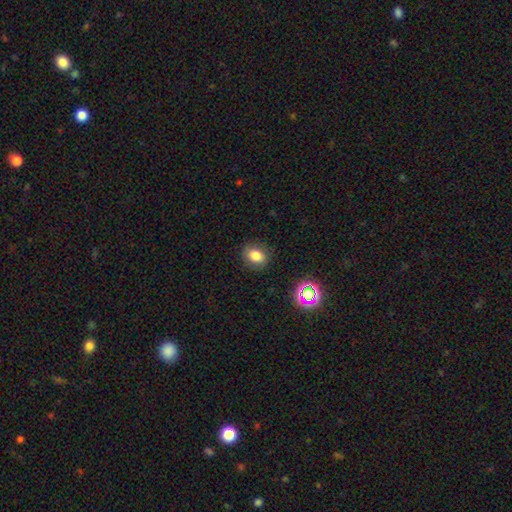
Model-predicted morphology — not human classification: Smooth or featured? smooth (80%)
How rounded? in between (54%)
Merging? none (85%)